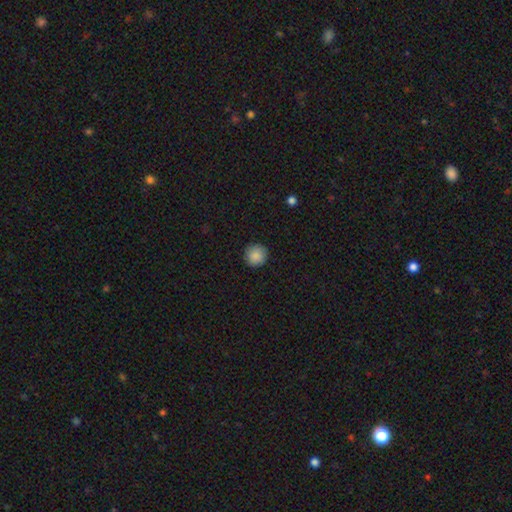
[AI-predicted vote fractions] Q: Smooth or featured?
A: smooth (88%); runner-up: star or artifact (8%)
Q: How rounded?
A: round (95%); runner-up: in between (4%)
Q: Merging?
A: none (90%); runner-up: minor disturbance (7%)